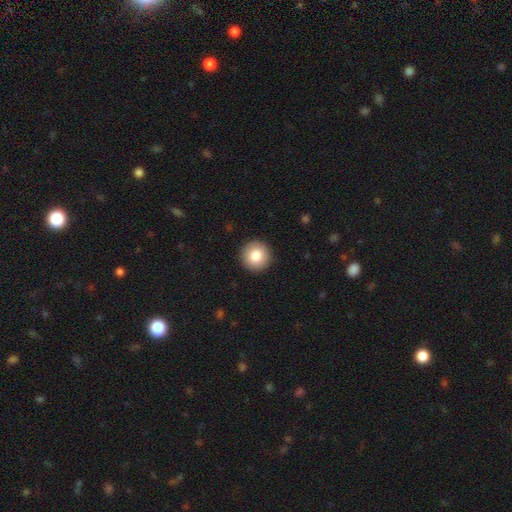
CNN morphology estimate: Smooth or featured? Predicted: smooth (p=0.83). How rounded? Predicted: round (p=0.95). Merging? Predicted: none (p=0.93).